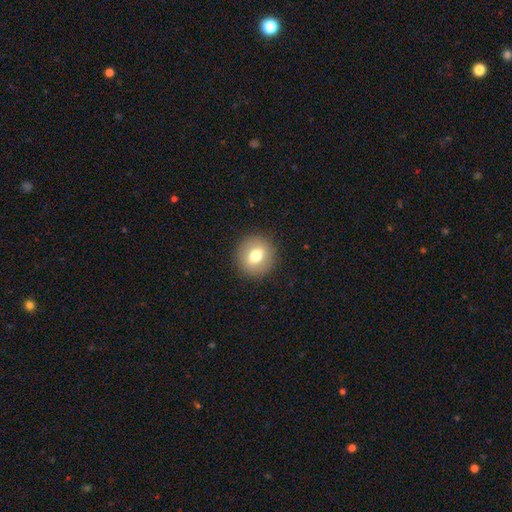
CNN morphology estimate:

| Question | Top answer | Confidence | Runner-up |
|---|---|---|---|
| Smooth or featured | smooth | 70% | featured or disk (20%) |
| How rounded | round | 88% | in between (11%) |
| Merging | none | 90% | minor disturbance (6%) |